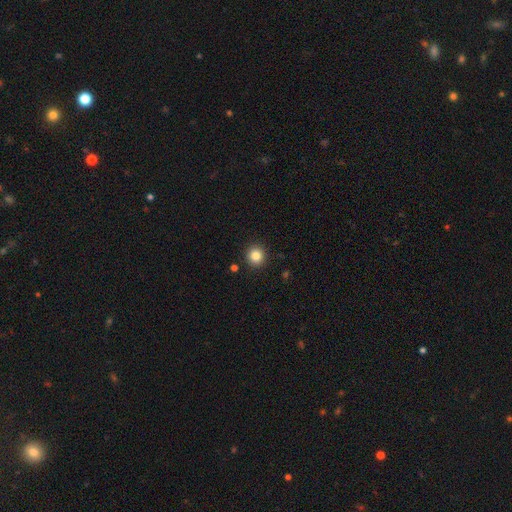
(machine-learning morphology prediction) smooth_or_featured: smooth (p=0.84) [alt: star or artifact p=0.11]
how_rounded: round (p=0.93) [alt: in between p=0.06]
merging: none (p=0.91) [alt: minor disturbance p=0.05]